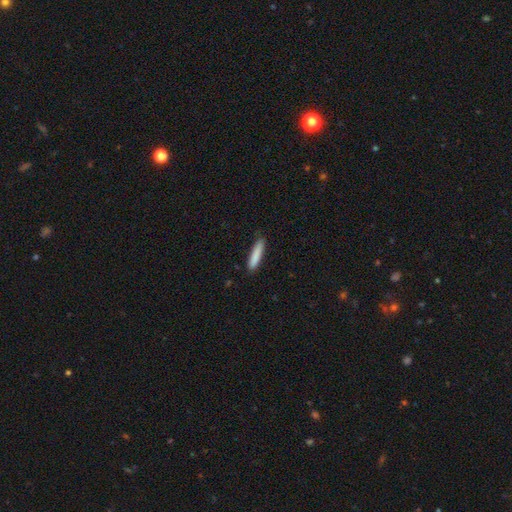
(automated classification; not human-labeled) A smooth galaxy with no disk features (86%) that is cigar-shaped (86%).

Vote fractions:
- Smooth or featured? smooth: 86% / featured or disk: 8% / star or artifact: 6%
- How rounded? cigar-shaped: 86% / in between: 13% / round: 1%
- Merging? none: 86% / minor disturbance: 11% / major disturbance: 2% / merger: 1%